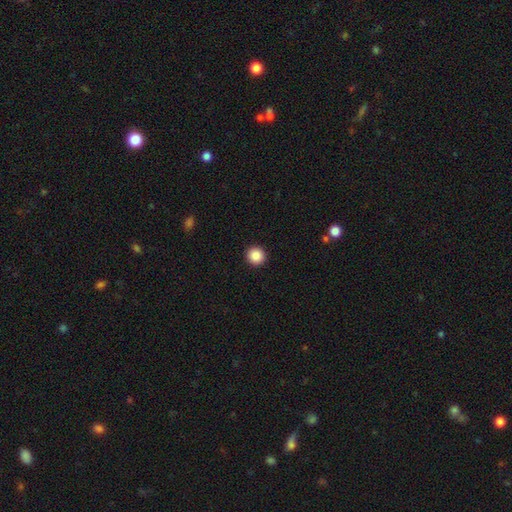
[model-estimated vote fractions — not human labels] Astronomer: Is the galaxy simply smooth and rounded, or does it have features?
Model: smooth — 88%.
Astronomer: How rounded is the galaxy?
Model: round — 95%.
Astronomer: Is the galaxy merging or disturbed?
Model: none — 93%.